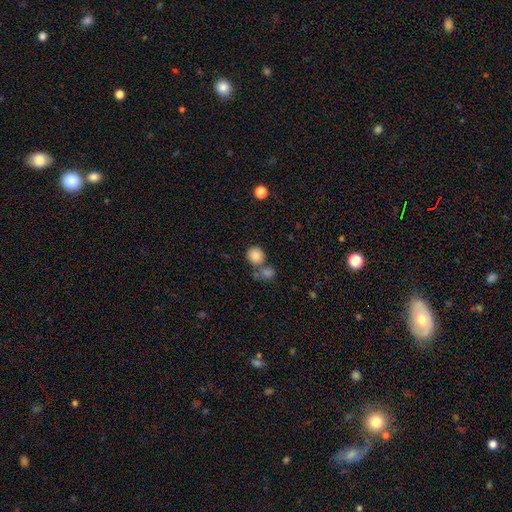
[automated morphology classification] Q: Smooth or featured?
A: smooth (85%); runner-up: star or artifact (10%)
Q: How rounded?
A: round (85%); runner-up: in between (14%)
Q: Merging?
A: none (58%); runner-up: merger (29%)